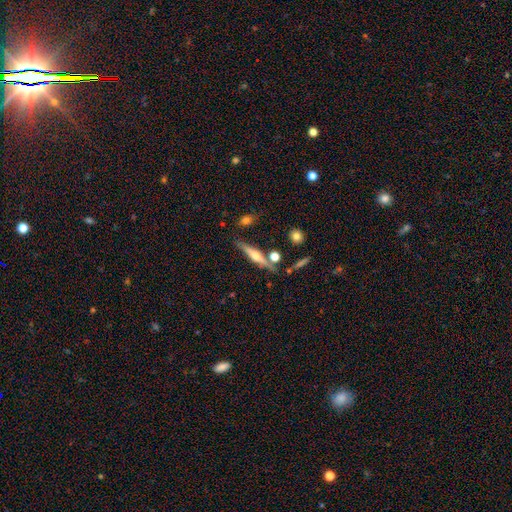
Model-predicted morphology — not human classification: Smooth or featured? featured or disk (61%)
Edge-on disk? yes (95%)
Edge-on bulge? rounded (87%)
Merging? none (77%)